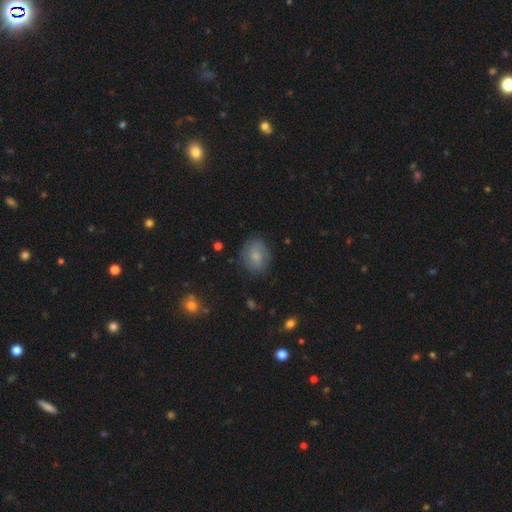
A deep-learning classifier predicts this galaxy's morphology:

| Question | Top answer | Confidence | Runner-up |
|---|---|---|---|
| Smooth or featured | smooth | 65% | featured or disk (26%) |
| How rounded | round | 62% | in between (37%) |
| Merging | none | 78% | minor disturbance (16%) |